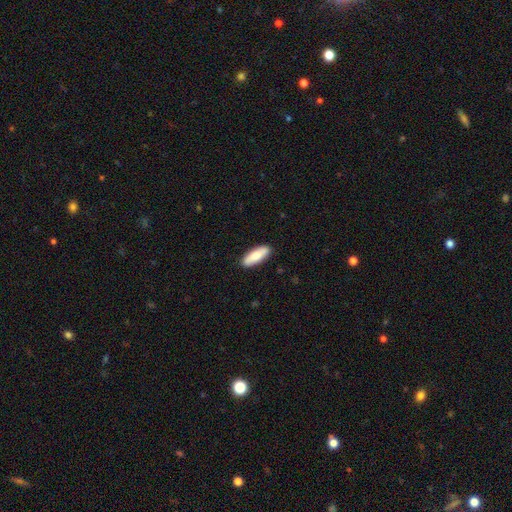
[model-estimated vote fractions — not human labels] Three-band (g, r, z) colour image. It shows a smooth galaxy with no disk features (77%) that is in between round and cigar-shaped (62%). Merging: none (89%).